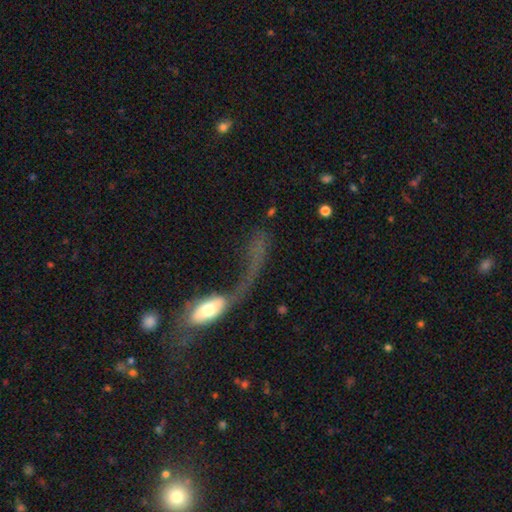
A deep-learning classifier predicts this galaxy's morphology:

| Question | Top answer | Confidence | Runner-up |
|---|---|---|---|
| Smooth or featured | featured or disk | 47% | smooth (42%) |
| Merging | major disturbance | 52% | none (19%) |